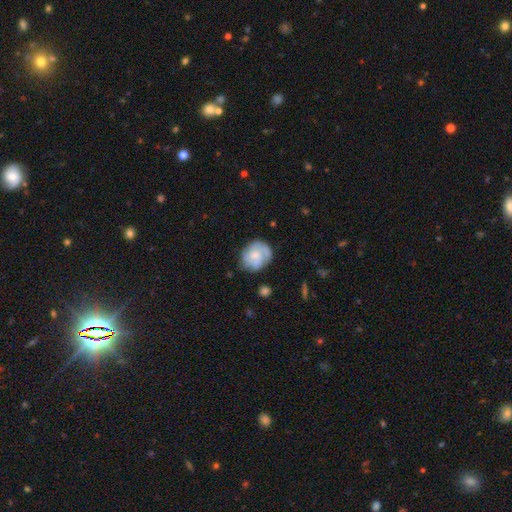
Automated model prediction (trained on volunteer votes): A featured or disk galaxy (52%) with no bar (77%), spiral arms (78%) and a small central bulge (46%).

Vote fractions:
- Smooth or featured? featured or disk: 52% / smooth: 41% / star or artifact: 7%
- Edge-on disk? no: 98% / yes: 2%
- Bar? no: 77% / weak: 20% / strong: 3%
- Spiral arms? yes: 78% / no: 22%
- Bulge size? small: 46% / moderate: 41% / none: 8% / large: 4% / dominant: 1%
- Merging? none: 66% / minor disturbance: 23% / major disturbance: 8% / merger: 3%